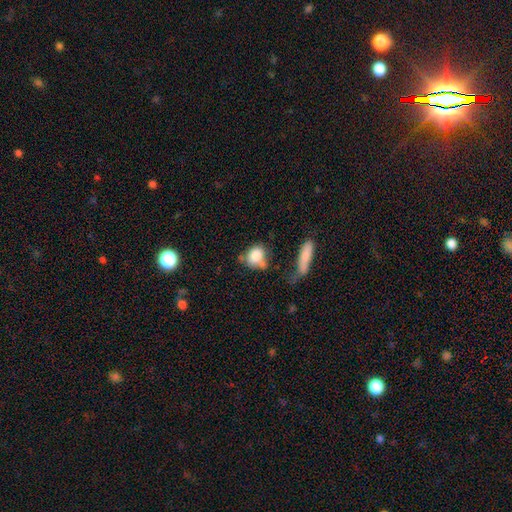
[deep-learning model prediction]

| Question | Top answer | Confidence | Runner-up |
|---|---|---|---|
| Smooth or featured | smooth | 81% | featured or disk (11%) |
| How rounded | round | 51% | in between (46%) |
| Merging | none | 43% | minor disturbance (23%) |